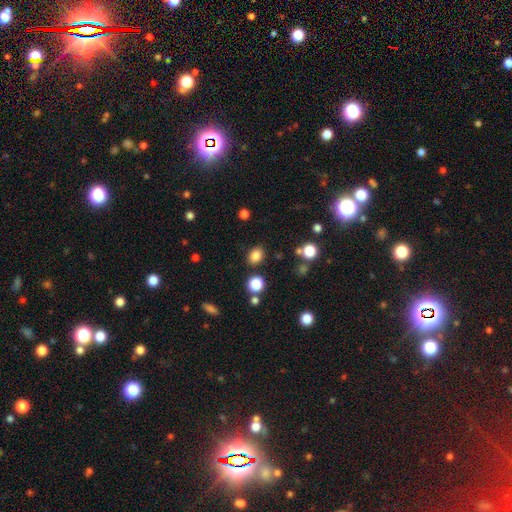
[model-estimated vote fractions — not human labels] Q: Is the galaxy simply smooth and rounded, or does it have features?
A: smooth — 83%.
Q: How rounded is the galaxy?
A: in between — 55%.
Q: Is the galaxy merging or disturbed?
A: none — 85%.